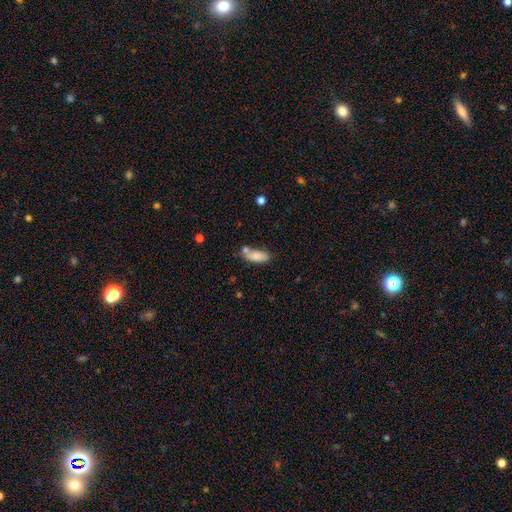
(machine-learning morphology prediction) Q: Smooth or featured?
A: smooth (82%); runner-up: featured or disk (10%)
Q: How rounded?
A: in between (76%); runner-up: cigar-shaped (21%)
Q: Merging?
A: none (52%); runner-up: merger (23%)